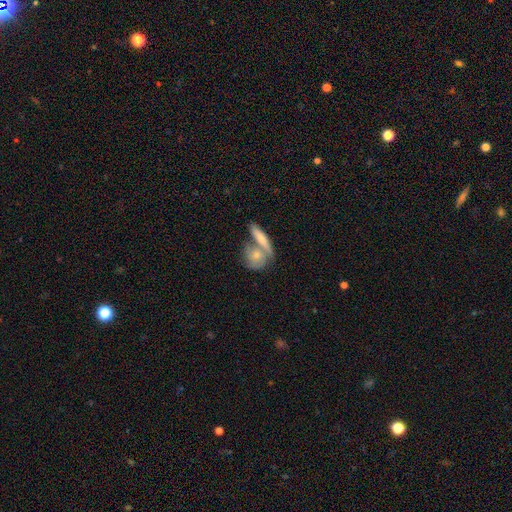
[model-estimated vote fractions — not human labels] A smooth galaxy with no disk features (54%) that is in between round and cigar-shaped (41%). Merging: merger (44%).